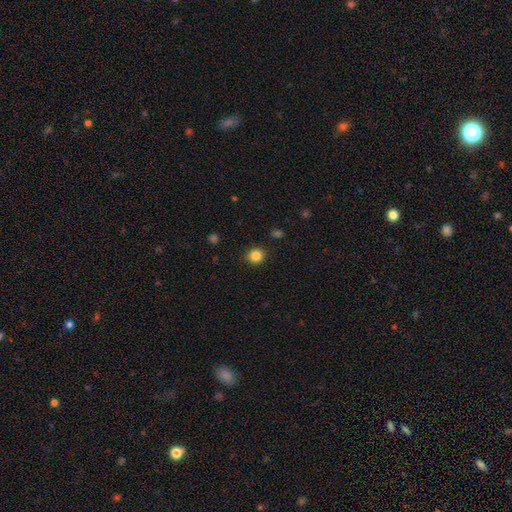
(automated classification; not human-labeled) The model was most divided on "how rounded": round: 85%, in between: 15%, cigar-shaped: 1%. More confident: merging — none (89%); smooth or featured — smooth (85%).